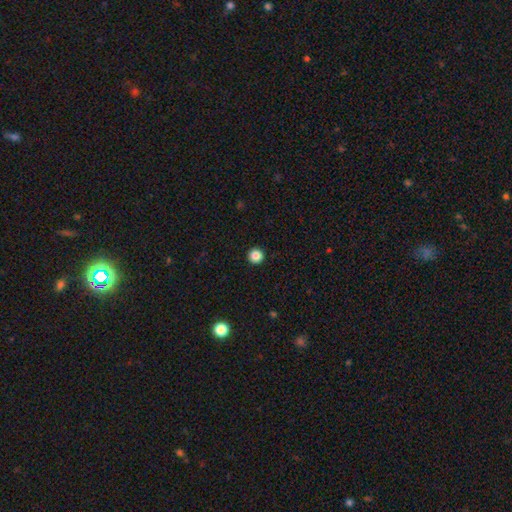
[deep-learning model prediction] Overall: smooth (87%). How rounded: round (96%). Merging: none (94%).